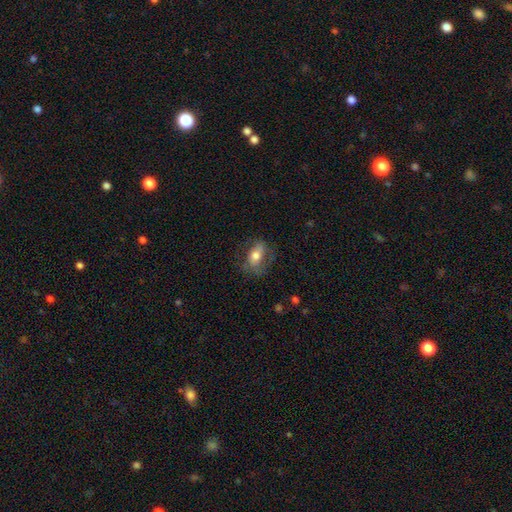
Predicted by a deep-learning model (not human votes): This is possibly a smooth galaxy (58%). How rounded: likely in between (79%). Merging: likely none (62%).